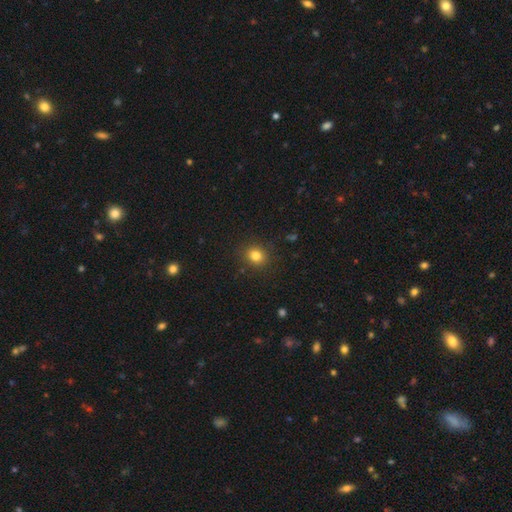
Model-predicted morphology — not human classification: The model was most divided on "how rounded": round: 80%, in between: 19%, cigar-shaped: 1%. More confident: merging — none (89%); smooth or featured — smooth (81%).